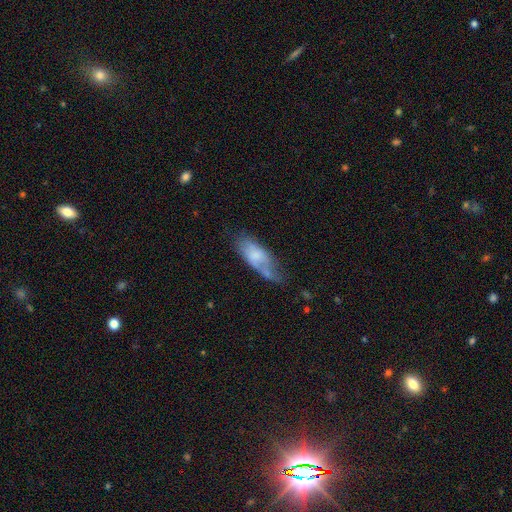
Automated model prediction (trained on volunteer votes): smooth-or-featured: smooth: 60% | featured or disk: 33% | star or artifact: 7%
  how-rounded: in between: 78% | cigar-shaped: 20% | round: 2%
  merging: none: 38% | minor disturbance: 35% | major disturbance: 22% | merger: 6%